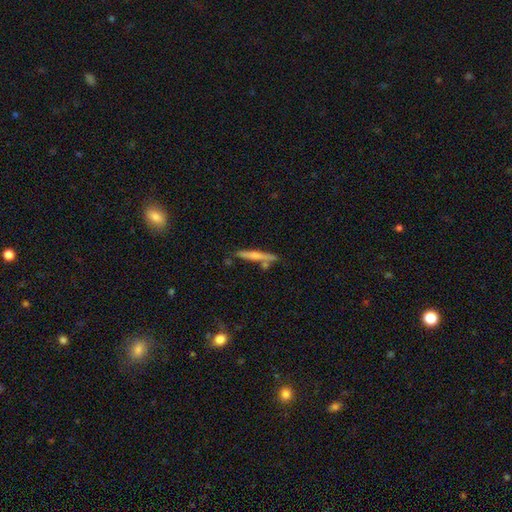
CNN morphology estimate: Smooth or featured: smooth — 51% (featured or disk — 43%)
How rounded: cigar-shaped — 94% (in between — 5%)
Merging: none — 75% (minor disturbance — 14%)